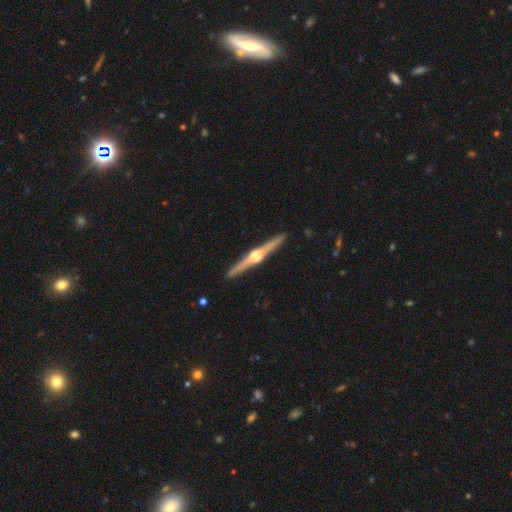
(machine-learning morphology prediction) A featured or disk galaxy (86%) viewed edge-on (99%) with a rounded central bulge (94%). Merging: none (92%).